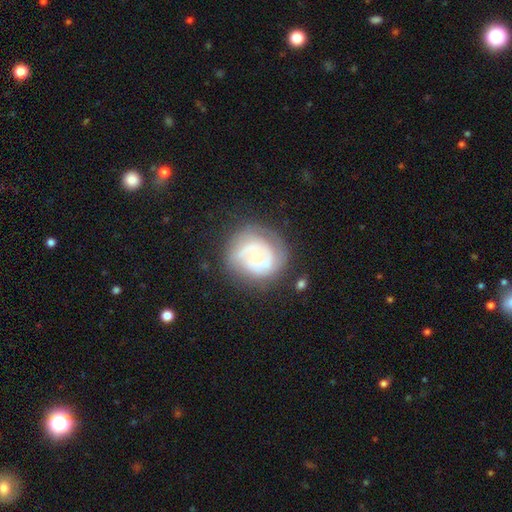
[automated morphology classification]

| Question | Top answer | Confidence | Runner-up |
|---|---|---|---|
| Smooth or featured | featured or disk | 68% | smooth (26%) |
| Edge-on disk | no | 97% | yes (3%) |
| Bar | no | 78% | weak (18%) |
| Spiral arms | yes | 68% | no (32%) |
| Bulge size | moderate | 48% | small (47%) |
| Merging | none | 69% | minor disturbance (19%) |